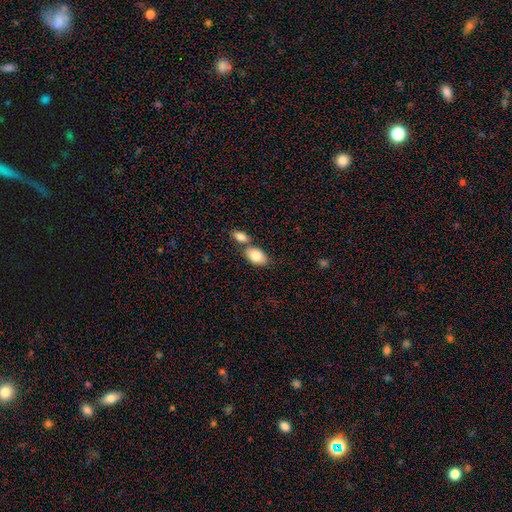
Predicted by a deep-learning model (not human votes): Q: Smooth or featured?
A: smooth (83%); runner-up: featured or disk (10%)
Q: How rounded?
A: in between (90%); runner-up: round (8%)
Q: Merging?
A: none (45%); runner-up: merger (41%)